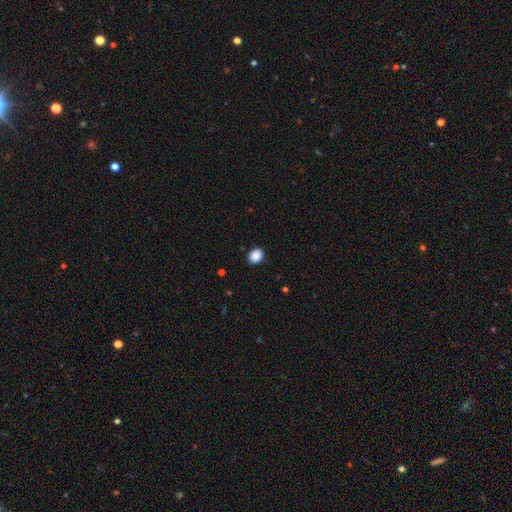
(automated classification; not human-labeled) Overall: smooth (89%). How rounded: in between (50%; round 49%). Merging: none (90%).